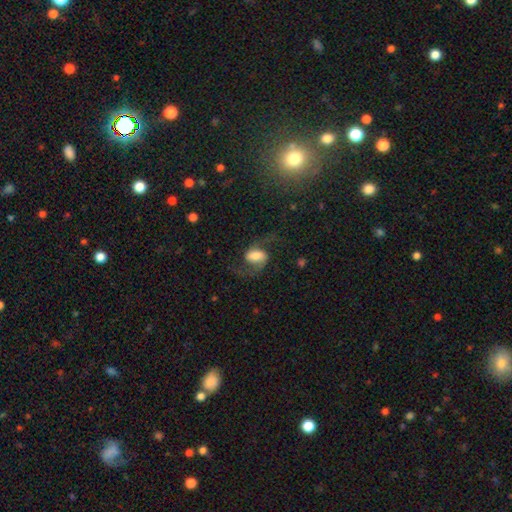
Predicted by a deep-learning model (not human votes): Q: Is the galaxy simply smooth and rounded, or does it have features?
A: featured or disk — 72%.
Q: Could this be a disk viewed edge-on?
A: no — 97%.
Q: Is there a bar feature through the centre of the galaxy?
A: weak — 44%.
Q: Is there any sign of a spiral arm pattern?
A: yes — 94%.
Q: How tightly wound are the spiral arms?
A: loose — 65%.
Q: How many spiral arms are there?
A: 2 — 92%.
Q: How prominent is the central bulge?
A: moderate — 36%, tied with large.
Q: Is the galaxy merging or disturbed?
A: none — 66%.